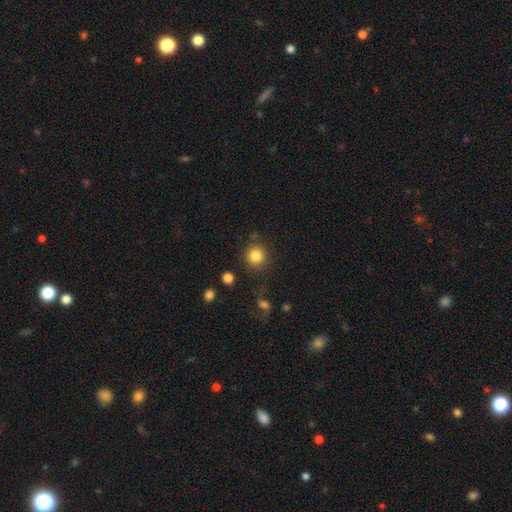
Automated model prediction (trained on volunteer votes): Smooth or featured?
  - smooth: 84% *
  - star or artifact: 10%
  - featured or disk: 5%
How rounded?
  - round: 93% *
  - in between: 7%
  - cigar-shaped: 1%
Merging?
  - none: 84% *
  - minor disturbance: 8%
  - merger: 4%
  - major disturbance: 3%